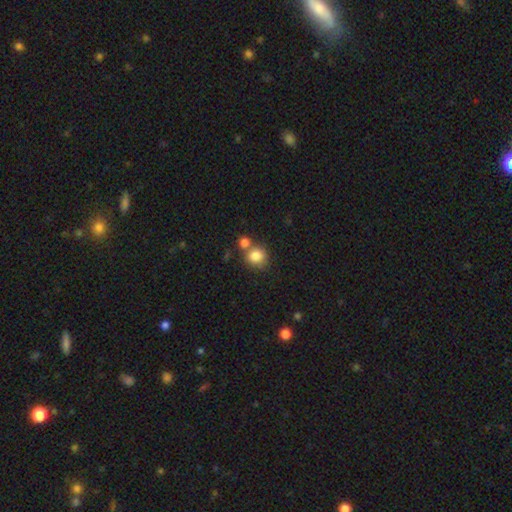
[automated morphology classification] A smooth galaxy with no disk features (84%) that is round (80%).

Vote fractions:
- Smooth or featured? smooth: 84% / star or artifact: 10% / featured or disk: 6%
- How rounded? round: 80% / in between: 19% / cigar-shaped: 1%
- Merging? none: 57% / merger: 29% / minor disturbance: 11% / major disturbance: 4%